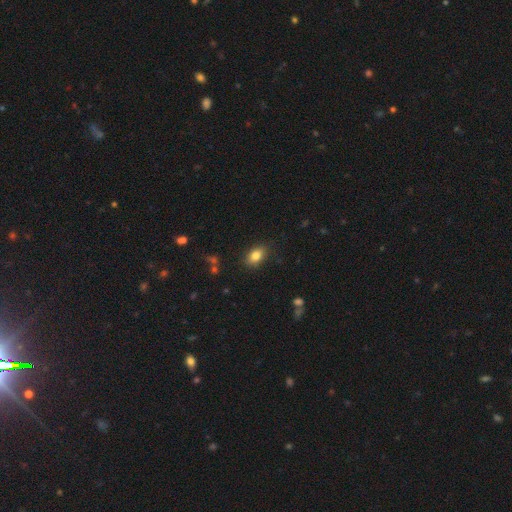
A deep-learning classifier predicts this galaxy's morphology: Smooth or featured: smooth — 83% (star or artifact — 9%)
How rounded: in between — 84% (round — 14%)
Merging: none — 85% (minor disturbance — 11%)